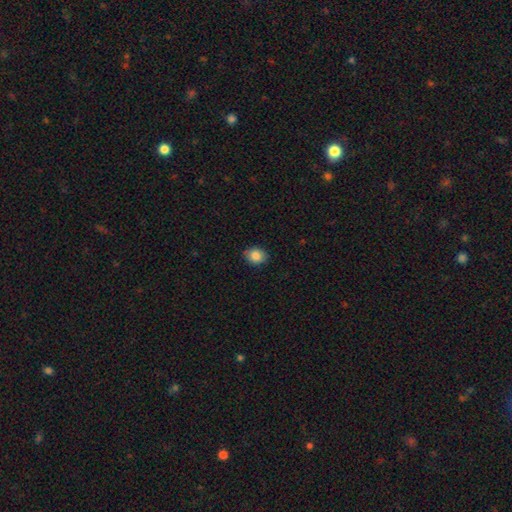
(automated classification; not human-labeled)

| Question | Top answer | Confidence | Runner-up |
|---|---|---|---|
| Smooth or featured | smooth | 86% | star or artifact (9%) |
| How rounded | round | 50% | in between (49%) |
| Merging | none | 83% | minor disturbance (14%) |